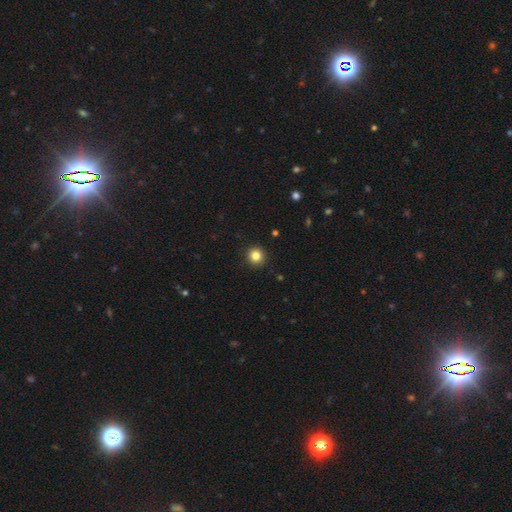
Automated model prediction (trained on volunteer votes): Morphology: type=smooth (83%); roundness=round (93%); merging=none (92%).